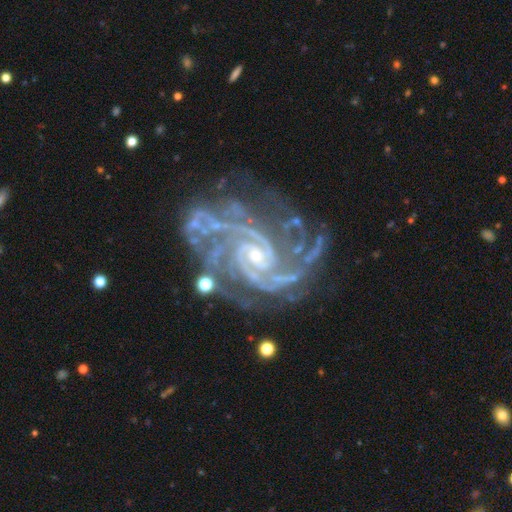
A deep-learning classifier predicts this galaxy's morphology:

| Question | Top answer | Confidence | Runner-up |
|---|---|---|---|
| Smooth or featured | featured or disk | 92% | star or artifact (6%) |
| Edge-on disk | no | 98% | yes (2%) |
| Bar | no | 56% | weak (32%) |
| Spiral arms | yes | 99% | no (1%) |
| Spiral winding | tight | 54% | medium (40%) |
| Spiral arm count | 2 | 26% | 3 (23%) |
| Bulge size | small | 74% | moderate (20%) |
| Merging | none | 65% | minor disturbance (19%) |